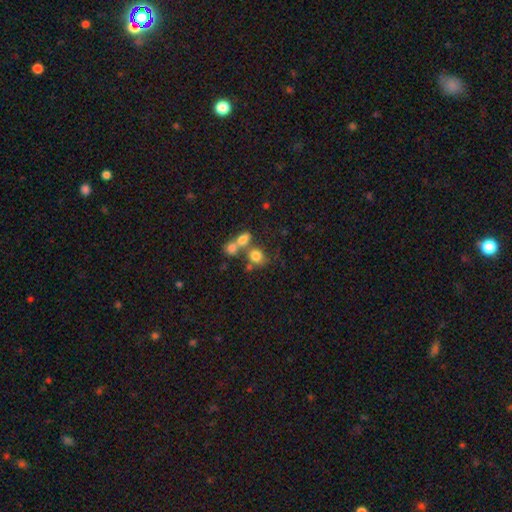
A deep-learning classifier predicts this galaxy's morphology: A smooth galaxy with no disk features (75%) that is round (64%).

Vote fractions:
- Smooth or featured? smooth: 75% / star or artifact: 13% / featured or disk: 12%
- How rounded? round: 64% / in between: 35% / cigar-shaped: 2%
- Merging? merger: 45% / none: 39% / minor disturbance: 10% / major disturbance: 7%